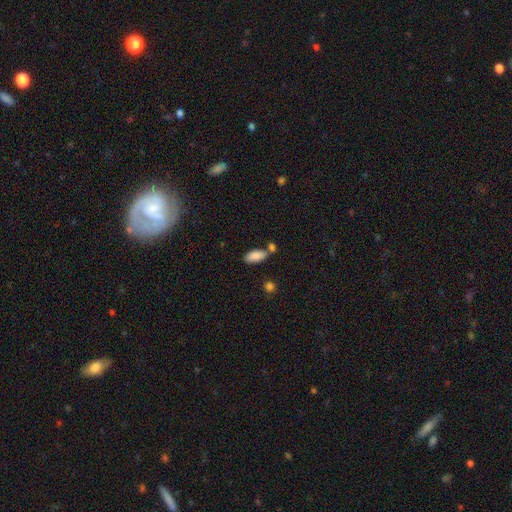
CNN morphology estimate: Smooth or featured? Predicted: smooth (p=0.87). How rounded? Predicted: in between (p=0.88). Merging? Predicted: none (p=0.61).